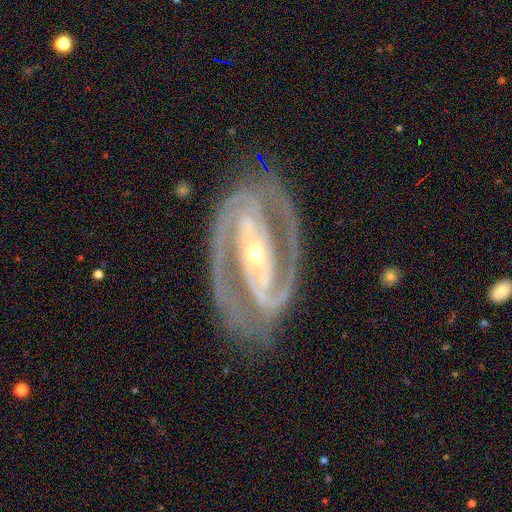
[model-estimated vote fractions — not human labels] smooth_or_featured: featured or disk (p=0.93) [alt: star or artifact p=0.05]
disk_edge_on: no (p=0.96) [alt: yes p=0.04]
bar: strong (p=0.64) [alt: weak p=0.19]
has_spiral_arms: yes (p=0.98) [alt: no p=0.02]
spiral_winding: tight (p=0.51) [alt: medium p=0.43]
spiral_arm_count: 2 (p=0.91) [alt: 3 p=0.03]
bulge_size: small (p=0.63) [alt: moderate p=0.33]
merging: none (p=0.80) [alt: minor disturbance p=0.13]